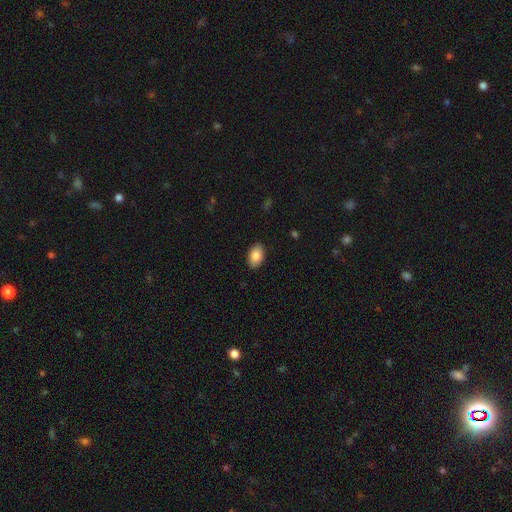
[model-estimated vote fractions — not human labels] Smooth or featured? smooth (85%)
How rounded? in between (89%)
Merging? none (89%)